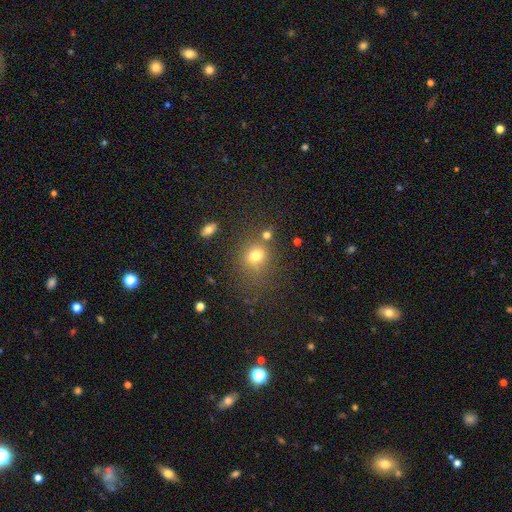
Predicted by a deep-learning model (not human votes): Smooth or featured?
  - smooth: 72% *
  - star or artifact: 18%
  - featured or disk: 10%
How rounded?
  - round: 69% *
  - in between: 30%
  - cigar-shaped: 1%
Merging?
  - none: 63% *
  - minor disturbance: 16%
  - merger: 12%
  - major disturbance: 9%